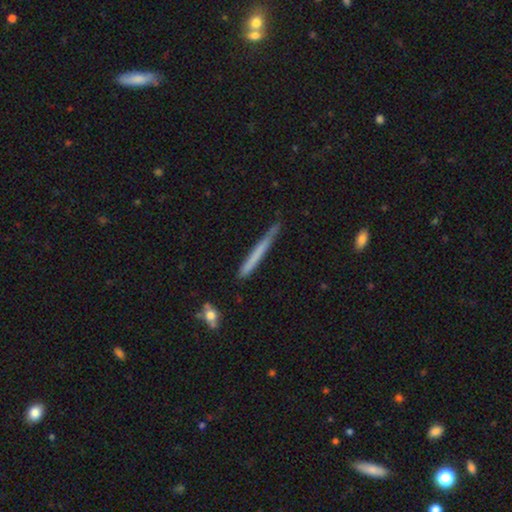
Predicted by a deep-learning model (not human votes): Overall: smooth (59%; featured or disk 35%). How rounded: cigar-shaped (97%). Merging: none (80%).